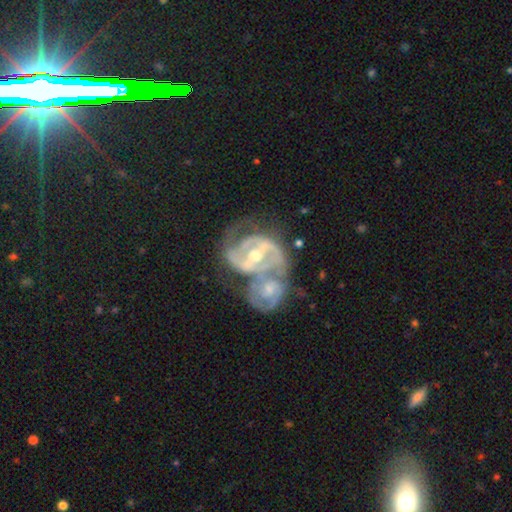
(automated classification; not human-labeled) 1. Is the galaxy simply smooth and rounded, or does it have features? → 87% featured or disk, 8% smooth, 5% star or artifact.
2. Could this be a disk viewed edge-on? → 97% no, 3% yes.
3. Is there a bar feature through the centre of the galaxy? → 43% strong, 37% weak, 21% no.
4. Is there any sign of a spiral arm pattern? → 89% yes, 11% no.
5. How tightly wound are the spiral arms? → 44% medium, 41% tight, 14% loose.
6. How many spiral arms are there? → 65% 2, 17% can't tell, 8% 3, 5% 1, 2% 4, 2% more than 4.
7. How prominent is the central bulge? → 68% moderate, 26% small, 4% large, 1% none, 1% dominant.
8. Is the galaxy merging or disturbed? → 66% merger, 16% none, 10% major disturbance, 9% minor disturbance.